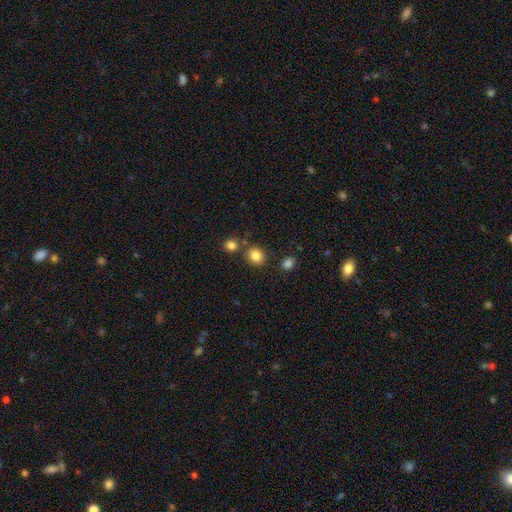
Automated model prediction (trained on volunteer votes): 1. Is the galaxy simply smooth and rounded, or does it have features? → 84% smooth, 11% star or artifact, 5% featured or disk.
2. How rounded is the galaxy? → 73% round, 26% in between, 1% cigar-shaped.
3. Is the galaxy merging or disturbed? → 77% none, 11% merger, 9% minor disturbance, 3% major disturbance.